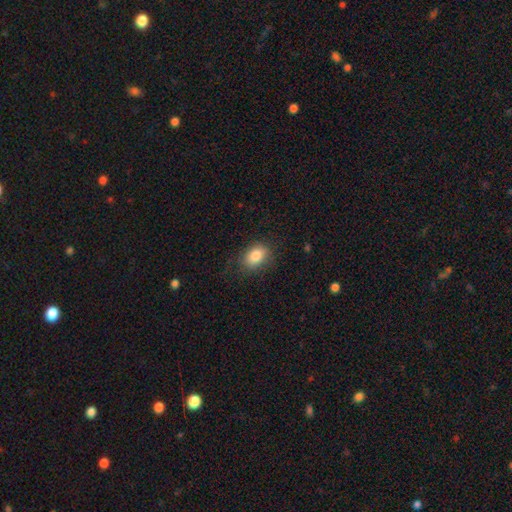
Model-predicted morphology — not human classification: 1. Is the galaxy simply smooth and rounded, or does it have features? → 83% smooth, 9% star or artifact, 8% featured or disk.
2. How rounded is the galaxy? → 74% in between, 24% round, 1% cigar-shaped.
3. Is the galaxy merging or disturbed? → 81% none, 14% minor disturbance, 5% major disturbance, 1% merger.